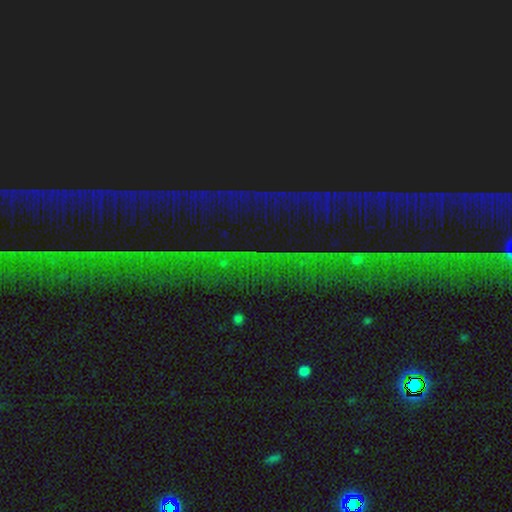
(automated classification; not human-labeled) Q: Smooth or featured?
A: star or artifact (88%); runner-up: featured or disk (7%)